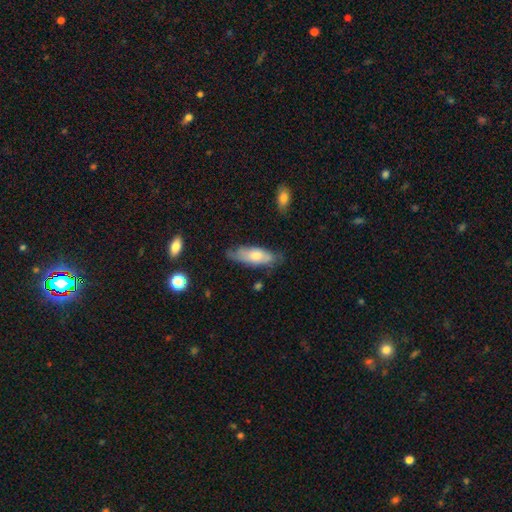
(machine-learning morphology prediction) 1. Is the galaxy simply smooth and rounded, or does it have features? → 63% smooth, 30% featured or disk, 6% star or artifact.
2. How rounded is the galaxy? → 65% in between, 33% cigar-shaped, 2% round.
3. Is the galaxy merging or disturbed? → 65% none, 27% minor disturbance, 6% major disturbance, 2% merger.